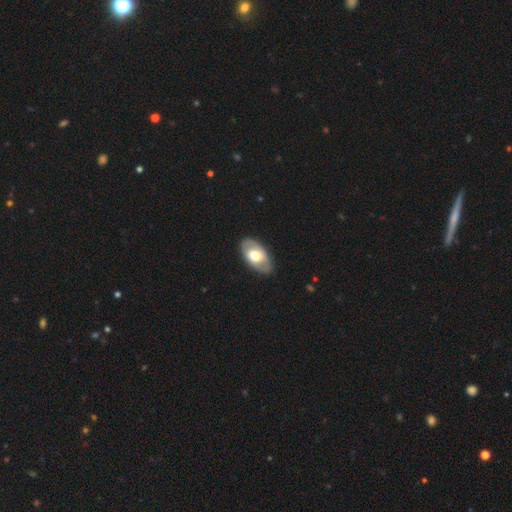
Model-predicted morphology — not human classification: smooth 51%, featured or disk 43%, star or artifact 5%. Down the decision tree: how rounded — in between (92%); merging — none (83%).